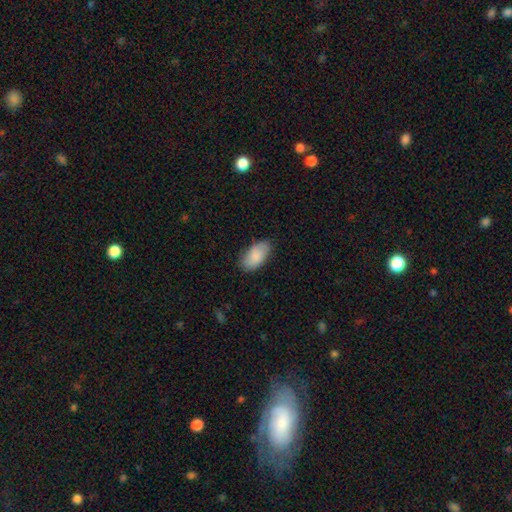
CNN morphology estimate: Smooth or featured? smooth (86%)
How rounded? in between (95%)
Merging? none (78%)